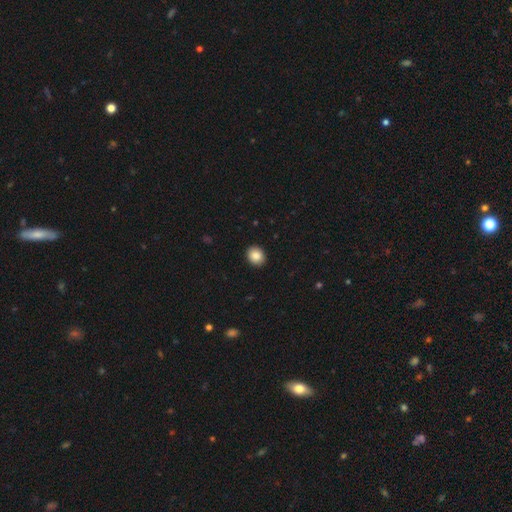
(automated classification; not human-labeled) Smooth or featured: smooth — 87% (star or artifact — 8%)
How rounded: round — 62% (in between — 37%)
Merging: none — 91% (minor disturbance — 6%)